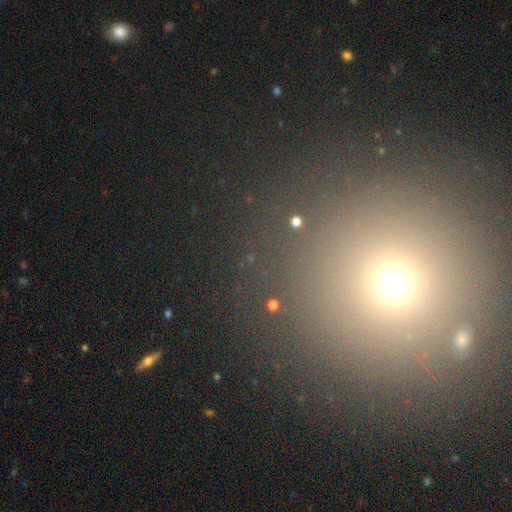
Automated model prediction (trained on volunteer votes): smooth 54%, star or artifact 38%, featured or disk 8%. Down the decision tree: how rounded — round (93%); merging — none (86%).